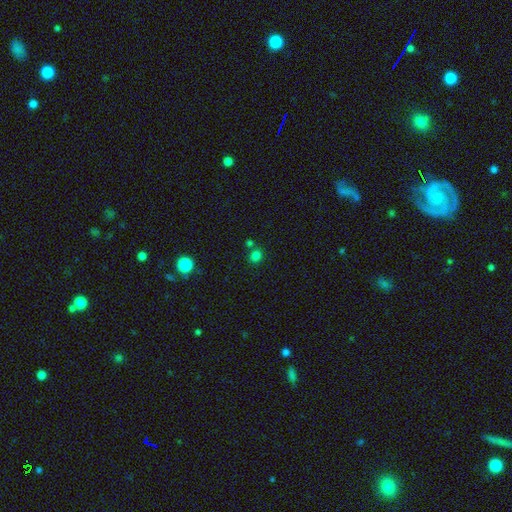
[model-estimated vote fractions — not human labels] Smooth or featured? Predicted: smooth (p=0.77). How rounded? Predicted: round (p=0.79). Merging? Predicted: none (p=0.69).